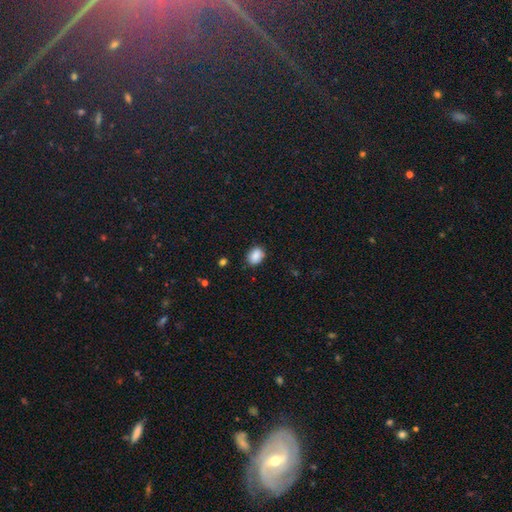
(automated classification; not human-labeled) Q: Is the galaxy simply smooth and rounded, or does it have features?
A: smooth — 87%.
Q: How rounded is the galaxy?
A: in between — 70%.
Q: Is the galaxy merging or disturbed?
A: none — 83%.